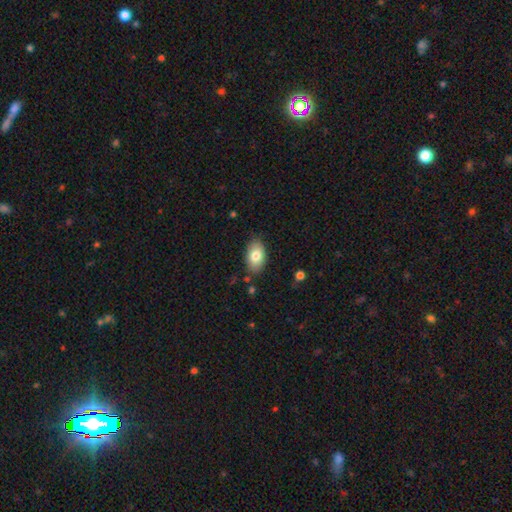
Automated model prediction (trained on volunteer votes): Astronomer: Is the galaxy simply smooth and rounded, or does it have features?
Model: smooth — 80%.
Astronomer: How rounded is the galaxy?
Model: in between — 92%.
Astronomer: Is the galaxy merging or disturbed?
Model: none — 83%.